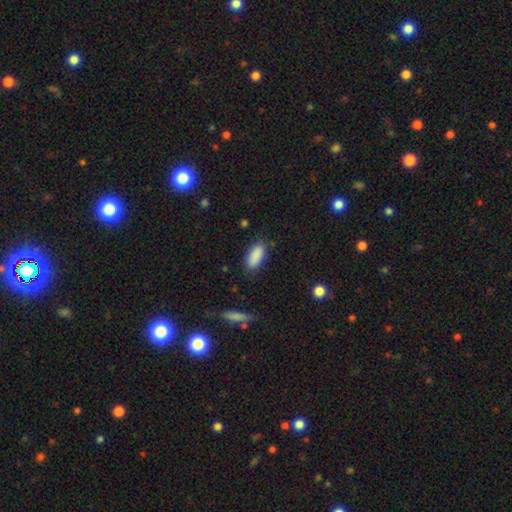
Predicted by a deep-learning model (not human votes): Morphology: type=smooth (89%); roundness=in between (86%); merging=none (84%).